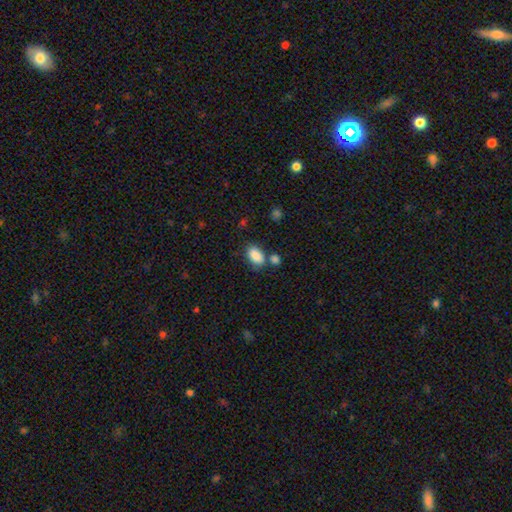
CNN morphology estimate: This appears to be a smooth galaxy with no disk features (88%) that is in between round and cigar-shaped (91%). Merging: none (64%).